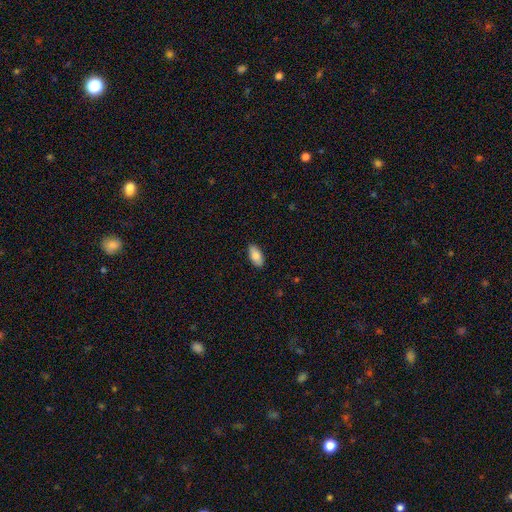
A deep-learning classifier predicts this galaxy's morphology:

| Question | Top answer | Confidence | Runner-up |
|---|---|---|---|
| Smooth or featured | smooth | 83% | featured or disk (11%) |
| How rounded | in between | 93% | cigar-shaped (4%) |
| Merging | none | 89% | minor disturbance (9%) |